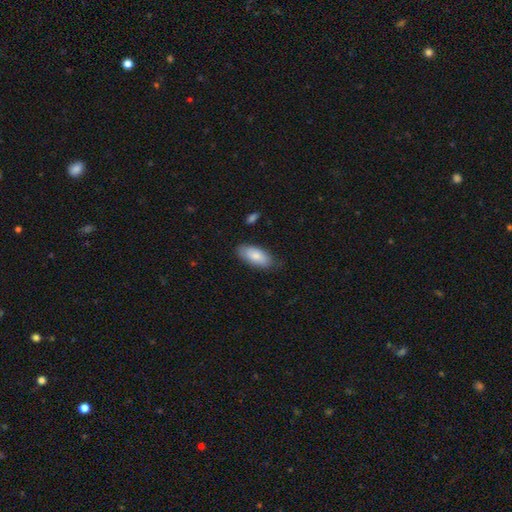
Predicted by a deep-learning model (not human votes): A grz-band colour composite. It shows a smooth galaxy with no disk features (83%) that is in between round and cigar-shaped (90%). Merging: none (79%).